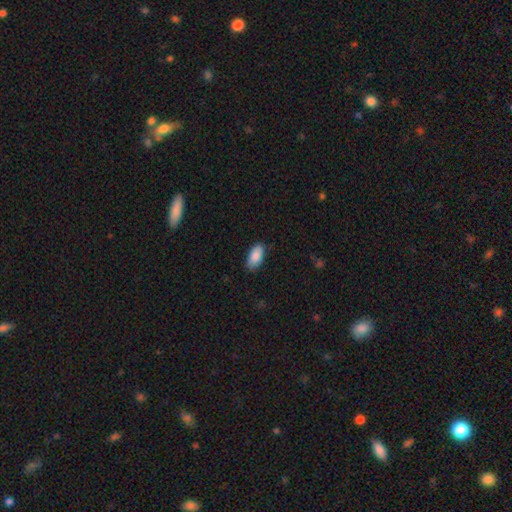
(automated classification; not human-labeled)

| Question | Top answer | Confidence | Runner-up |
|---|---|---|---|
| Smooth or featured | smooth | 88% | star or artifact (6%) |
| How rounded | in between | 93% | cigar-shaped (4%) |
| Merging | none | 82% | minor disturbance (15%) |